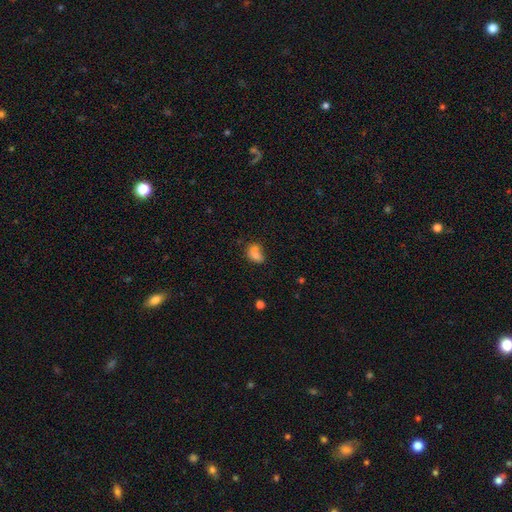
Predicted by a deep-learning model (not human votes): smooth_or_featured: smooth (p=0.75) [alt: featured or disk p=0.14]
how_rounded: in between (p=0.76) [alt: round p=0.22]
merging: merger (p=0.40) [alt: none p=0.32]